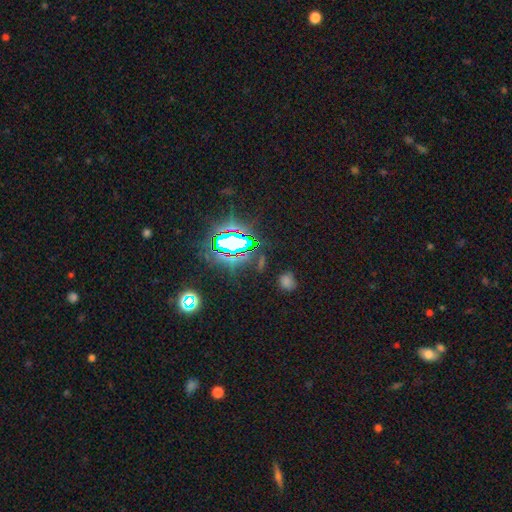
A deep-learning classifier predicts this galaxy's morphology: star or artifact 82%, smooth 11%, featured or disk 7%.